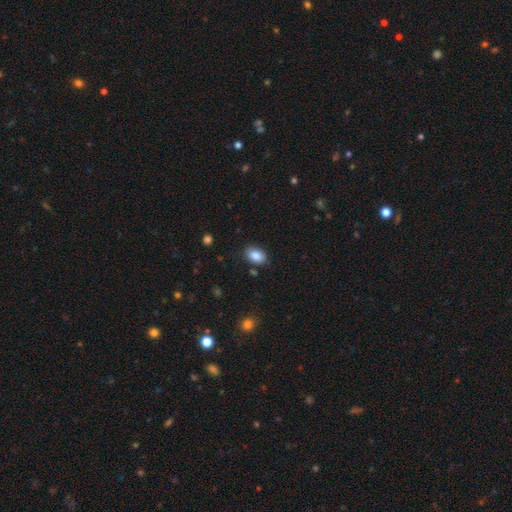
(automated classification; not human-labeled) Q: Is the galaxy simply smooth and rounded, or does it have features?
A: smooth — 86%.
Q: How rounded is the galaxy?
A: in between — 85%.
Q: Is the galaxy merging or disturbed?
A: none — 82%.